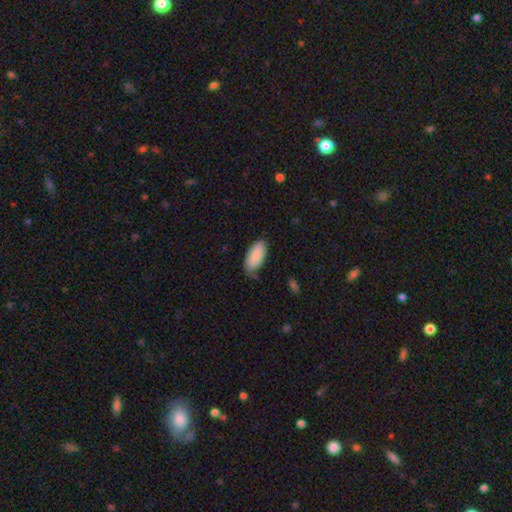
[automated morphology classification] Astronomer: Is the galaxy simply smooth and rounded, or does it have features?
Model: smooth — 89%.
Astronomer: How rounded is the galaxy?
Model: in between — 91%.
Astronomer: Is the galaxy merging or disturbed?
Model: none — 72%.